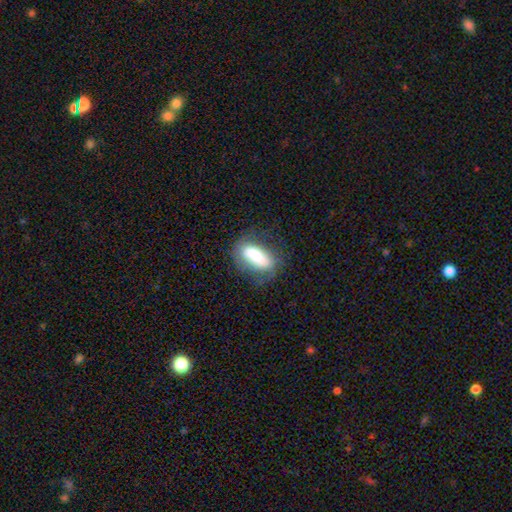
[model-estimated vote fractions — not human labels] Q: Smooth or featured?
A: smooth (67%); runner-up: featured or disk (25%)
Q: How rounded?
A: in between (76%); runner-up: cigar-shaped (19%)
Q: Merging?
A: none (61%); runner-up: minor disturbance (24%)